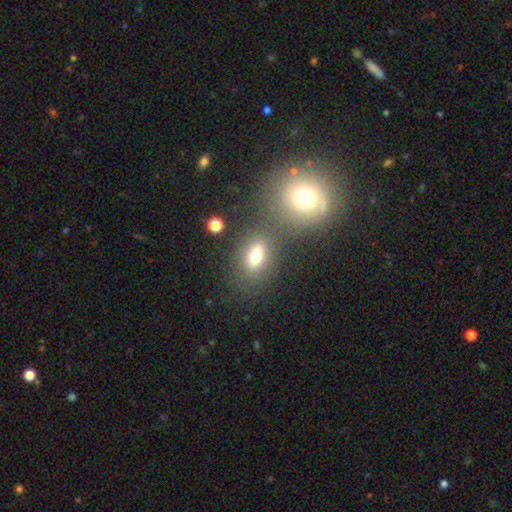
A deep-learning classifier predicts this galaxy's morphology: Smooth or featured? Predicted: smooth (p=0.75). How rounded? Predicted: in between (p=0.76). Merging? Predicted: none (p=0.67).